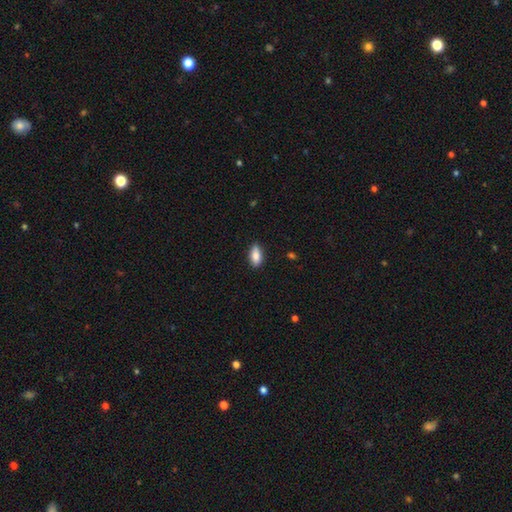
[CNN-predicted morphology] smooth_or_featured: smooth (p=0.84) [alt: featured or disk p=0.09]
how_rounded: in between (p=0.87) [alt: cigar-shaped p=0.10]
merging: none (p=0.86) [alt: minor disturbance p=0.11]